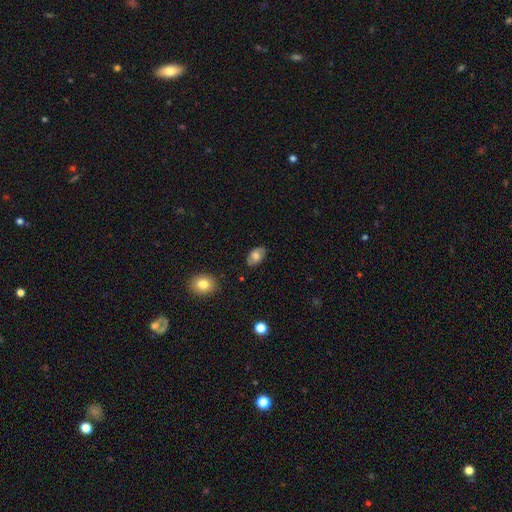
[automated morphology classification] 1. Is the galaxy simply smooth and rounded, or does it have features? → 67% smooth, 25% featured or disk, 8% star or artifact.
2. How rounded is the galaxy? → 88% in between, 10% round, 2% cigar-shaped.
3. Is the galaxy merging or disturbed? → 81% none, 14% minor disturbance, 3% major disturbance, 1% merger.